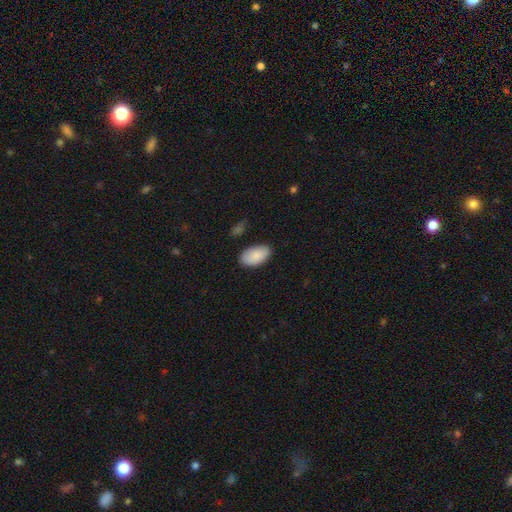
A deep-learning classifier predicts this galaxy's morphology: Q: Smooth or featured?
A: smooth (88%); runner-up: star or artifact (6%)
Q: How rounded?
A: in between (95%); runner-up: round (3%)
Q: Merging?
A: none (82%); runner-up: minor disturbance (14%)